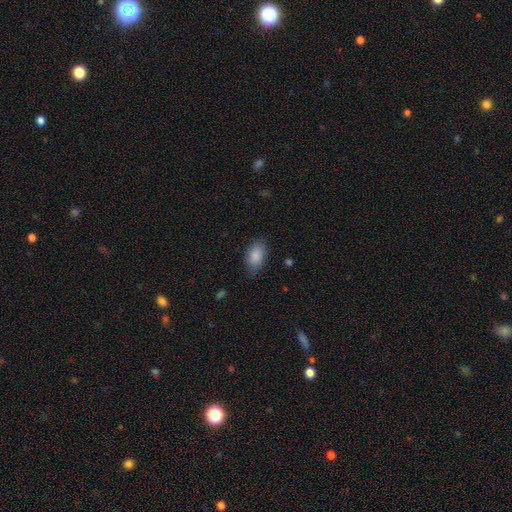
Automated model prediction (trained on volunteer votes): Smooth or featured? Predicted: smooth (p=0.87). How rounded? Predicted: in between (p=0.92). Merging? Predicted: none (p=0.76).